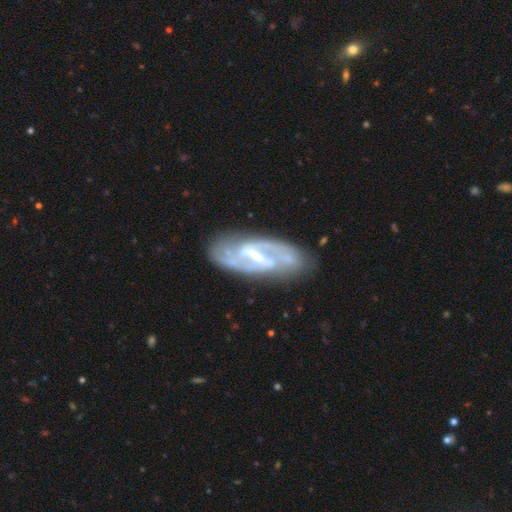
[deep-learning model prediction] smooth_or_featured: featured or disk (p=0.83) [alt: smooth p=0.11]
disk_edge_on: no (p=0.91) [alt: yes p=0.09]
bar: strong (p=0.61) [alt: weak p=0.30]
has_spiral_arms: yes (p=0.84) [alt: no p=0.16]
spiral_winding: medium (p=0.45) [alt: tight p=0.32]
spiral_arm_count: 2 (p=0.75) [alt: can't tell p=0.16]
bulge_size: small (p=0.42) [alt: moderate p=0.30]
merging: none (p=0.74) [alt: minor disturbance p=0.16]